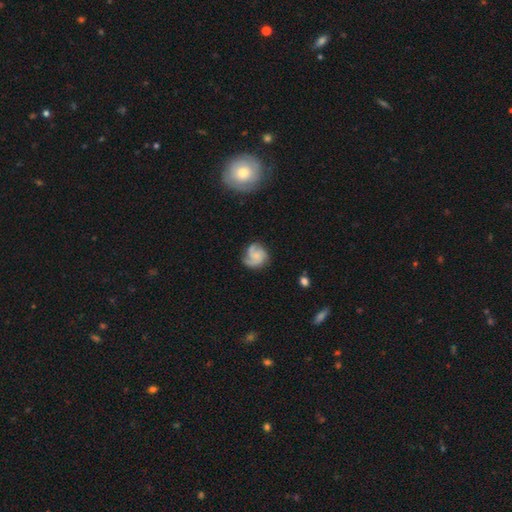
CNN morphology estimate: Overall: featured or disk (71%). Edge-on disk: no (98%). Bar: no (74%). Spiral arms: yes (94%). Spiral arm count: 3 (50%; 2 23%). Spiral winding: medium (43%; tight 40%). Bulge size: small (60%). Merging: none (64%).